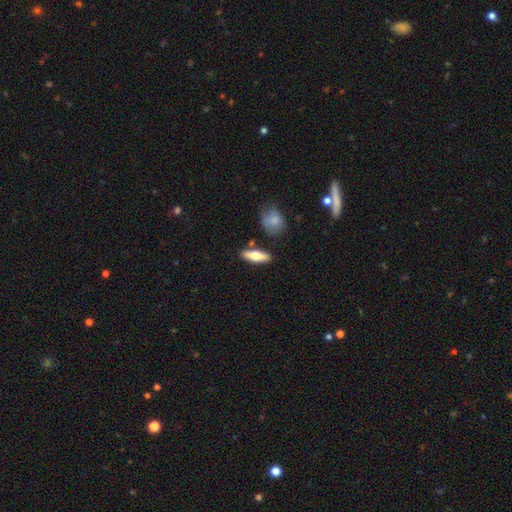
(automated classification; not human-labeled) Morphology: type=smooth (61%); roundness=in between (52%); merging=none (82%).